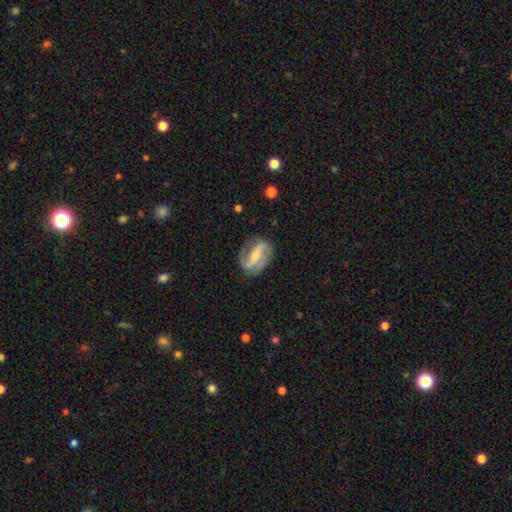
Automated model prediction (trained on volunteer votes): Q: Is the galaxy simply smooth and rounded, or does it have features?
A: featured or disk — 84%.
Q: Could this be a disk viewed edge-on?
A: no — 96%.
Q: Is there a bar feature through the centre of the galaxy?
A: strong — 55%.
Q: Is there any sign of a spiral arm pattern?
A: yes — 94%.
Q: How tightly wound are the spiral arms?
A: medium — 43%.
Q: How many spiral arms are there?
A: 2 — 84%.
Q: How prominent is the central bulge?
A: small — 57%.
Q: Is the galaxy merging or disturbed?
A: none — 77%.